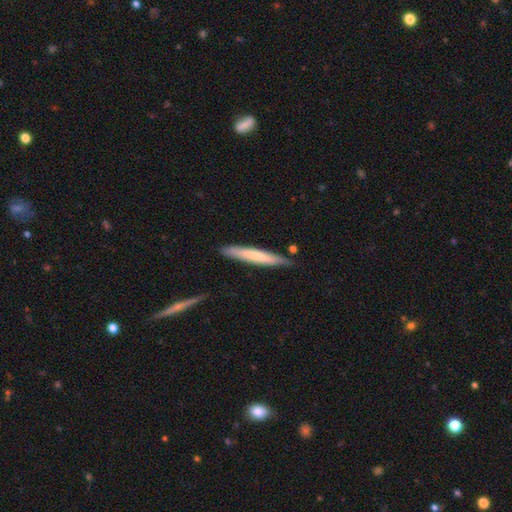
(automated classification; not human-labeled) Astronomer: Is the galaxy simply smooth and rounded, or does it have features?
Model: smooth — 65%.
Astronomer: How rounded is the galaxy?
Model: cigar-shaped — 94%.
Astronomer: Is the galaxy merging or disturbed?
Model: none — 82%.